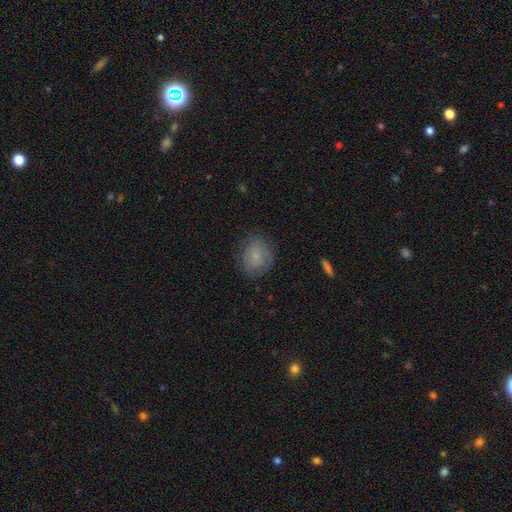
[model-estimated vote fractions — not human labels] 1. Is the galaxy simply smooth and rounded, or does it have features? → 73% smooth, 19% featured or disk, 8% star or artifact.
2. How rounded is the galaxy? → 51% round, 47% in between, 1% cigar-shaped.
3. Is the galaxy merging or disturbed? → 73% none, 19% minor disturbance, 6% major disturbance, 1% merger.